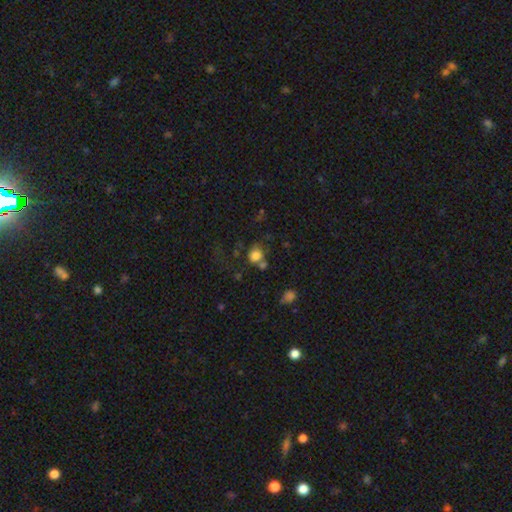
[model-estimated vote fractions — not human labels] smooth 79%, star or artifact 12%, featured or disk 8%. Down the decision tree: how rounded — round (64%); merging — none (50%).